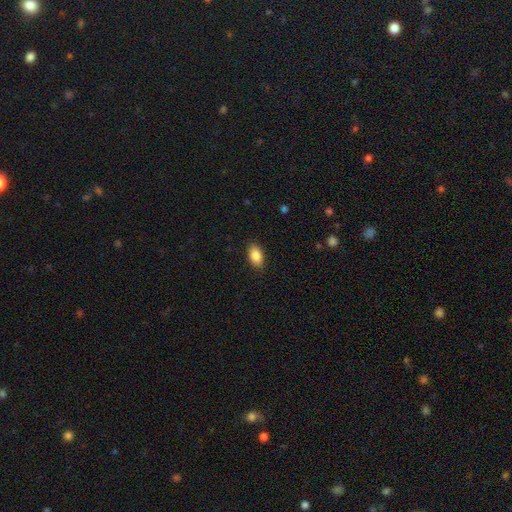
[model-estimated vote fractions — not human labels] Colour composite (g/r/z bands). It shows a smooth galaxy with no disk features (87%) that is in between round and cigar-shaped (91%). Merging: none (88%).